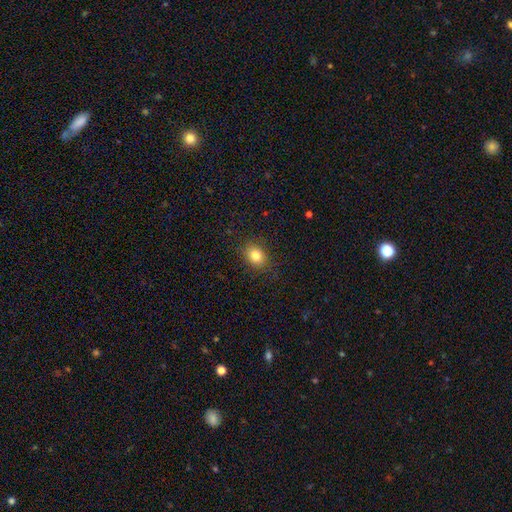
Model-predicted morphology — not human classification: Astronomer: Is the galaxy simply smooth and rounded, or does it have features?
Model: smooth — 82%.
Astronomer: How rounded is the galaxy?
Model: in between — 54% (runner-up: round, 45%).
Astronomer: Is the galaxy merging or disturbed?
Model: none — 86%.